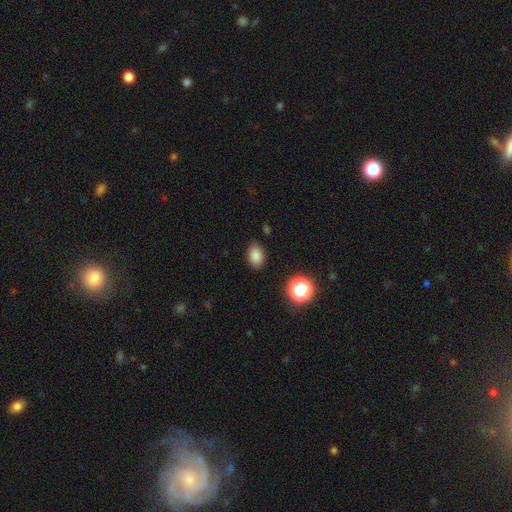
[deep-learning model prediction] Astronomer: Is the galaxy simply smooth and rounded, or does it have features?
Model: smooth — 83%.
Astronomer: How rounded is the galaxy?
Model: in between — 77%.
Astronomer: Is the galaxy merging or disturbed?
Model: none — 85%.